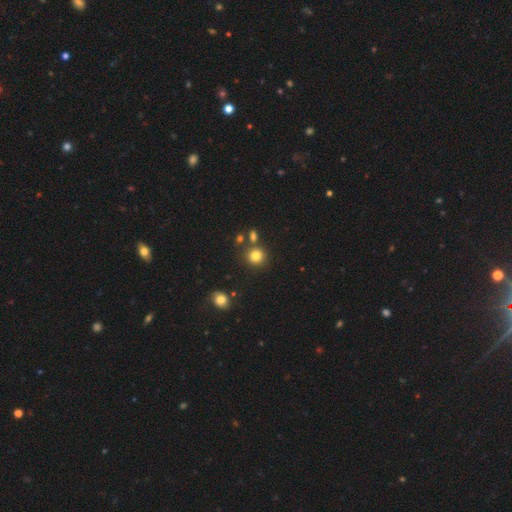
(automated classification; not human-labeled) A smooth galaxy with no disk features (81%) that is round (88%).

Vote fractions:
- Smooth or featured? smooth: 81% / star or artifact: 13% / featured or disk: 6%
- How rounded? round: 88% / in between: 11% / cigar-shaped: 1%
- Merging? none: 77% / merger: 11% / minor disturbance: 9% / major disturbance: 3%